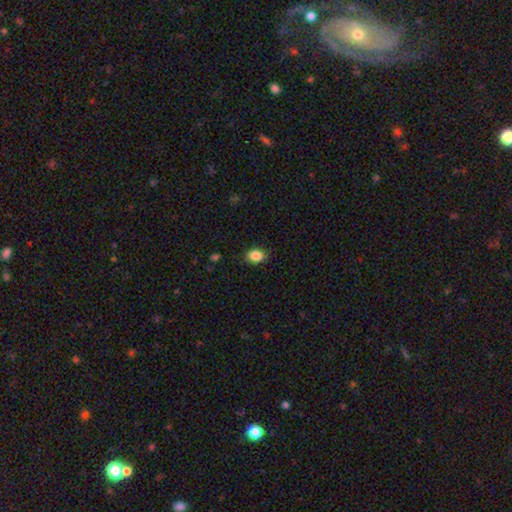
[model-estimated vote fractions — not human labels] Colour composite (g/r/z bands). It shows a smooth galaxy with no disk features (87%) that is in between round and cigar-shaped (68%). Merging: none (87%).